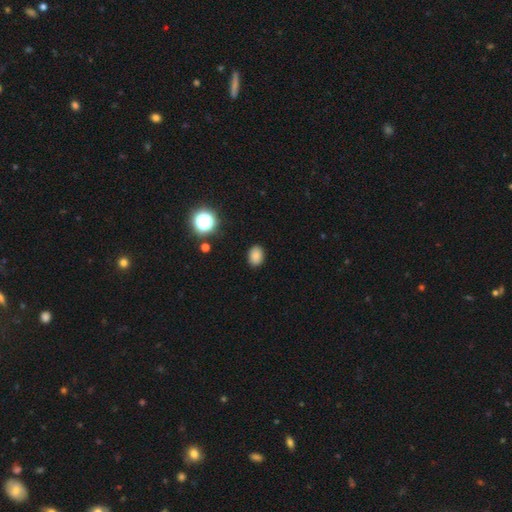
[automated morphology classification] type=smooth (82%); roundness=in between (73%); merging=none (88%).